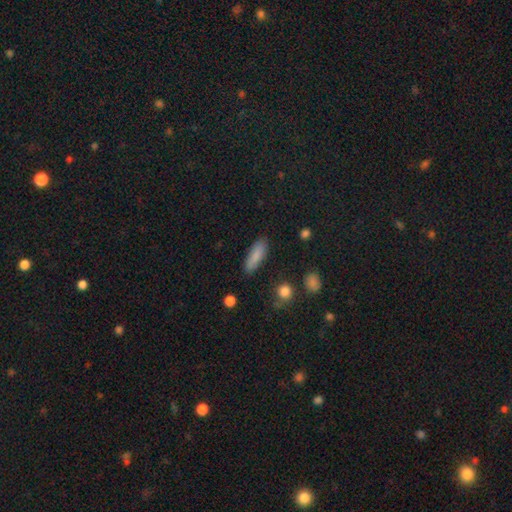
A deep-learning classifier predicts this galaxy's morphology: A smooth galaxy with no disk features (85%) that is in between round and cigar-shaped (50%). Merging: none (86%).